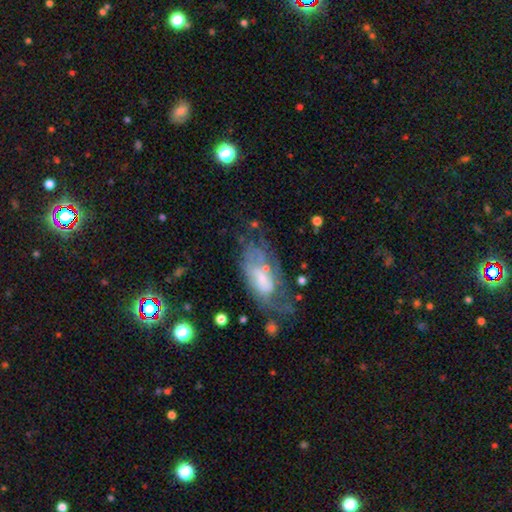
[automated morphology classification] smooth-or-featured: featured or disk: 60% | smooth: 28% | star or artifact: 12%
  disk-edge-on: no: 89% | yes: 11%
    bar: no: 57% | weak: 34% | strong: 9%
    has-spiral-arms: yes: 60% | no: 40%
    bulge-size: small: 44% | moderate: 32% | none: 17% | large: 5% | dominant: 2%
  merging: none: 46% | minor disturbance: 25% | major disturbance: 23% | merger: 6%